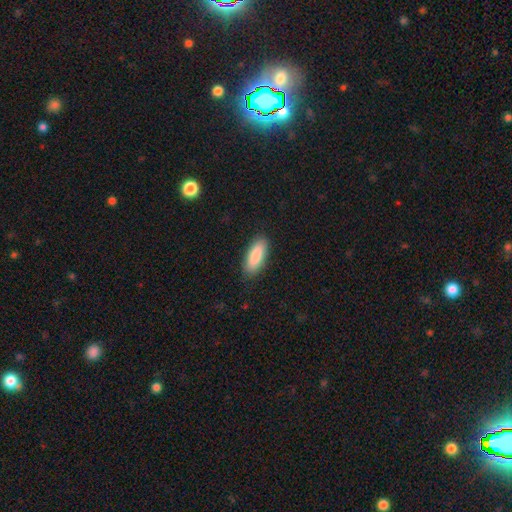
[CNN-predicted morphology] smooth-or-featured: smooth: 88% | featured or disk: 6% | star or artifact: 6%
  how-rounded: in between: 74% | cigar-shaped: 24% | round: 2%
  merging: none: 87% | minor disturbance: 10% | major disturbance: 2% | merger: 1%